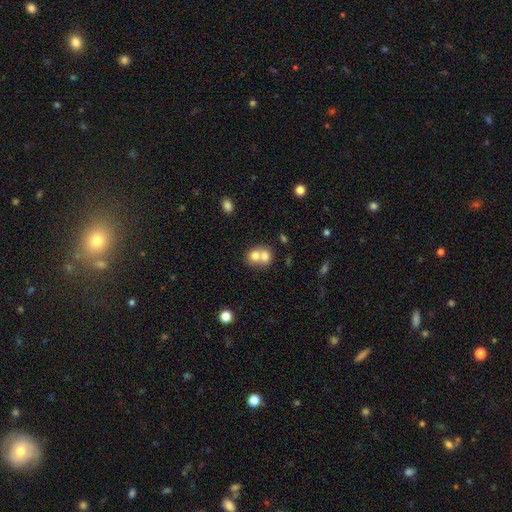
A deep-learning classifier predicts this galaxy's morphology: This appears to be a smooth galaxy with no disk features (72%) that is round (61%). Merging: merger (70%).